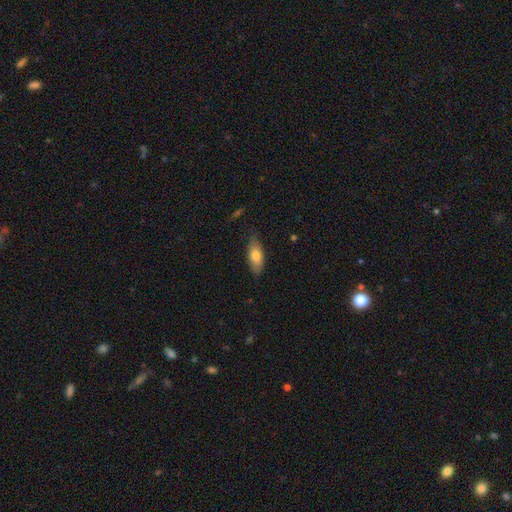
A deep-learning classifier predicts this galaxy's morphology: Smooth or featured?
  - smooth: 76% *
  - featured or disk: 18%
  - star or artifact: 6%
How rounded?
  - in between: 81% *
  - cigar-shaped: 17%
  - round: 3%
Merging?
  - none: 77% *
  - minor disturbance: 18%
  - major disturbance: 3%
  - merger: 1%